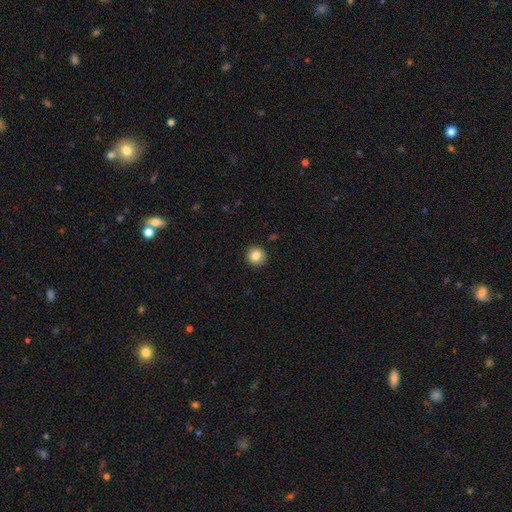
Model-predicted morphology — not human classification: A smooth galaxy with no disk features (84%) that is round (94%). Merging: none (92%).